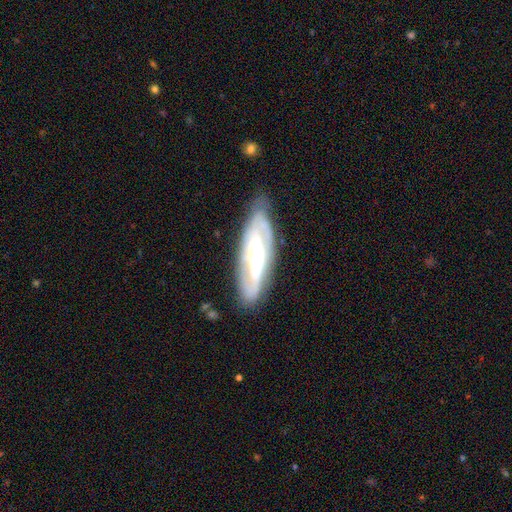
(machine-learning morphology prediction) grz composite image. It shows a featured or disk galaxy (76%) with a strong bar (43%), spiral arms (71%) and a moderate central bulge (46%). Merging: none (72%).